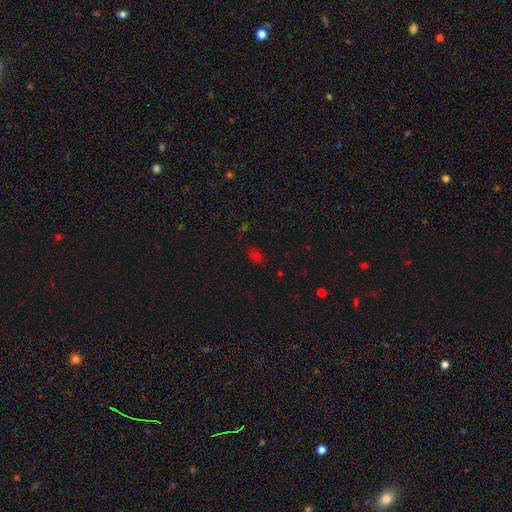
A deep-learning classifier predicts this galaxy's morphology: This is likely a smooth galaxy (64%). How rounded: clearly in between (84%). Merging: likely none (75%).